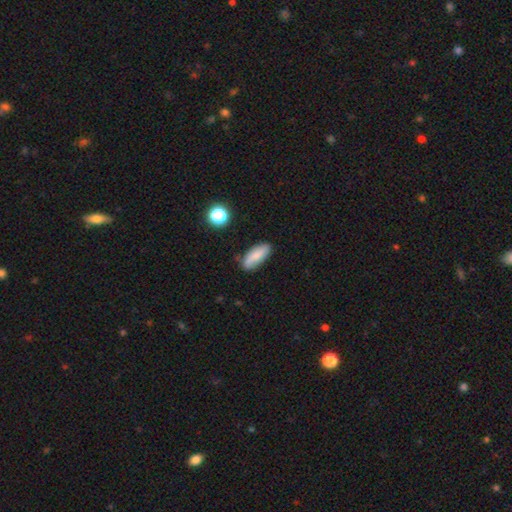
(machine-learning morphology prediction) The model was most divided on "how rounded": in between: 75%, cigar-shaped: 22%, round: 3%. More confident: smooth or featured — smooth (76%); merging — none (75%).